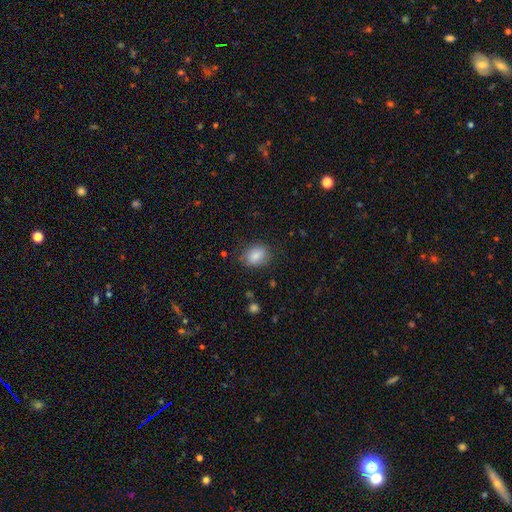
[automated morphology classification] A smooth galaxy with no disk features (84%) that is in between round and cigar-shaped (62%). Merging: none (78%).